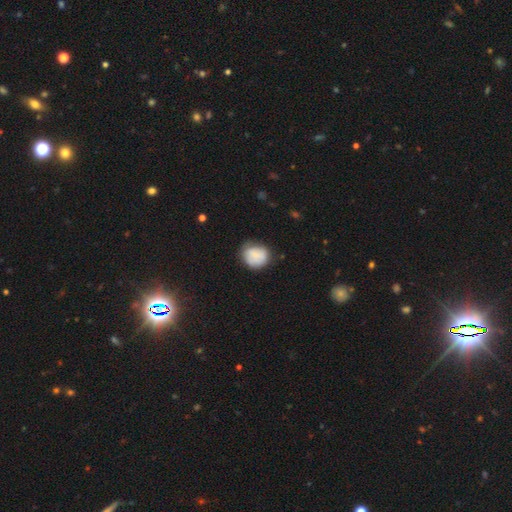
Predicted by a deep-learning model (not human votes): This appears to be a smooth galaxy with no disk features (76%) that is round (71%). Merging: none (63%).